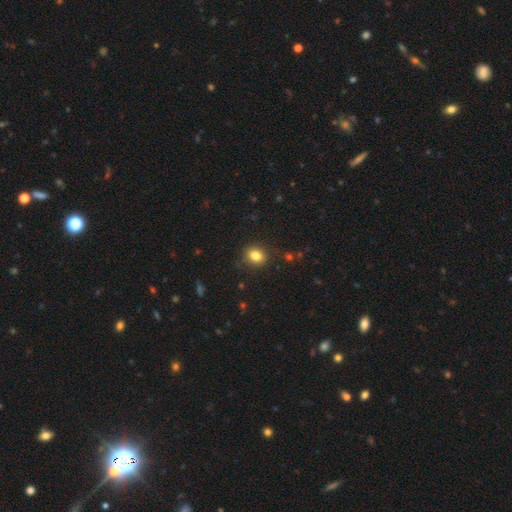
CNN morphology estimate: A smooth galaxy with no disk features (83%) that is round (58%).

Vote fractions:
- Smooth or featured? smooth: 83% / star or artifact: 11% / featured or disk: 6%
- How rounded? round: 58% / in between: 41% / cigar-shaped: 1%
- Merging? none: 87% / minor disturbance: 9% / major disturbance: 3% / merger: 1%